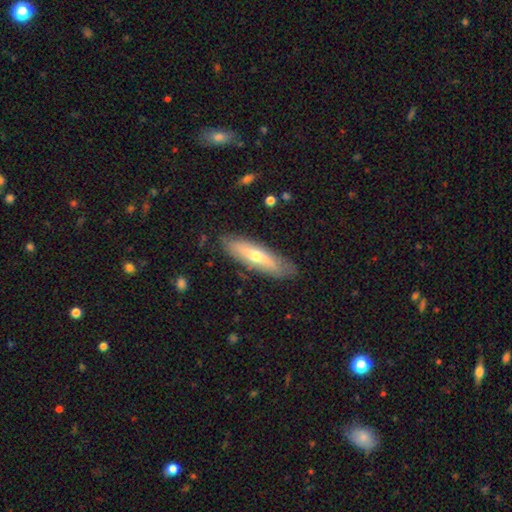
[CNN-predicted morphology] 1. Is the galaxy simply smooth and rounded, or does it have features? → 48% smooth, 46% featured or disk, 6% star or artifact.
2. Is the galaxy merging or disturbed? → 83% none, 13% minor disturbance, 3% major disturbance, 1% merger.